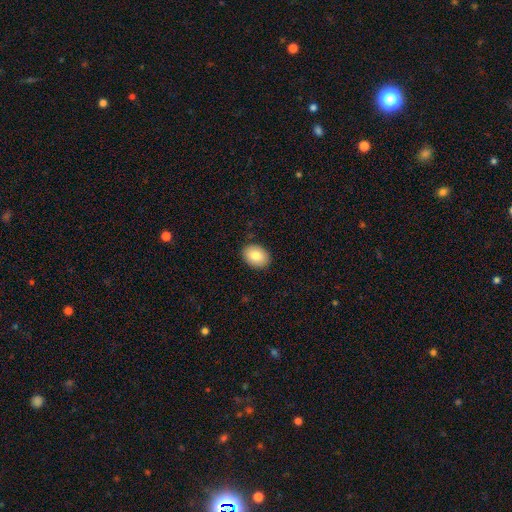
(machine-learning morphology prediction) Smooth or featured?
  - smooth: 83% *
  - featured or disk: 9%
  - star or artifact: 7%
How rounded?
  - in between: 67% *
  - round: 32%
  - cigar-shaped: 1%
Merging?
  - none: 89% *
  - minor disturbance: 8%
  - major disturbance: 2%
  - merger: 1%